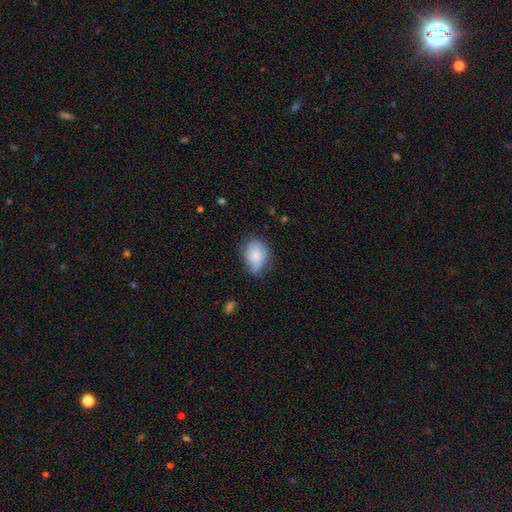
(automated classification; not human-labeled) Smooth or featured? Predicted: smooth (p=0.76). How rounded? Predicted: in between (p=0.74). Merging? Predicted: none (p=0.51).